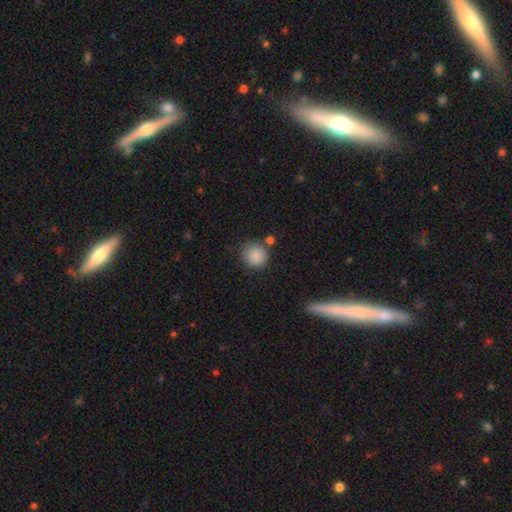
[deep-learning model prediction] Smooth or featured? smooth (87%)
How rounded? round (92%)
Merging? none (79%)